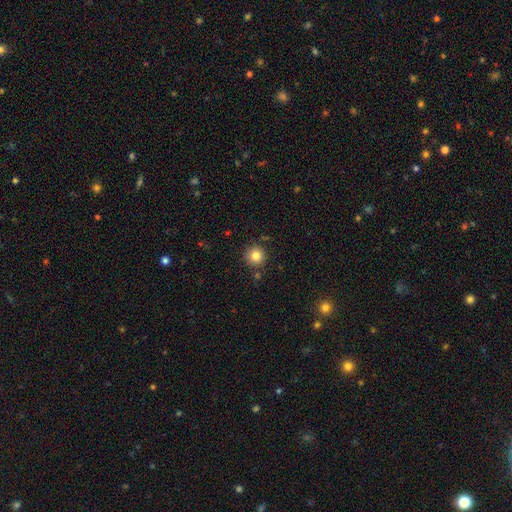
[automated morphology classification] This is clearly a smooth galaxy (82%). How rounded: clearly round (94%). Merging: clearly none (86%).